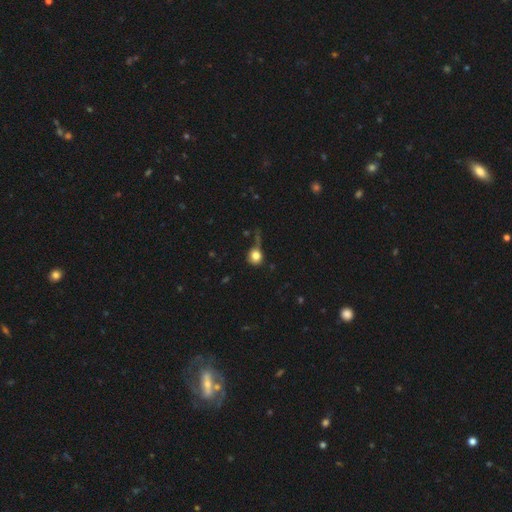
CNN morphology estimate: This appears to be a smooth galaxy with no disk features (79%) that is round (83%). Merging: none (46%).